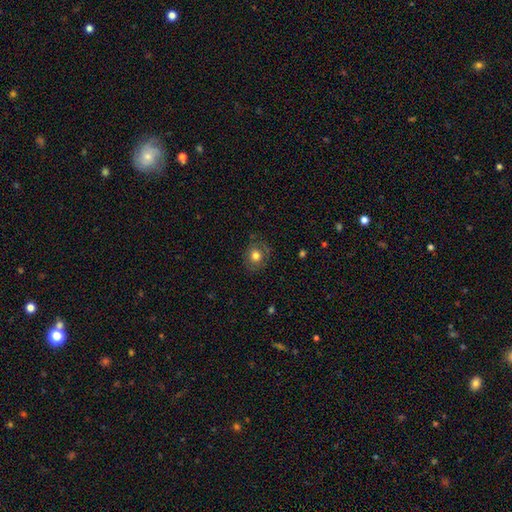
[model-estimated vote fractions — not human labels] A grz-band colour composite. It shows a smooth galaxy with no disk features (74%) that is round (74%). Merging: none (76%).